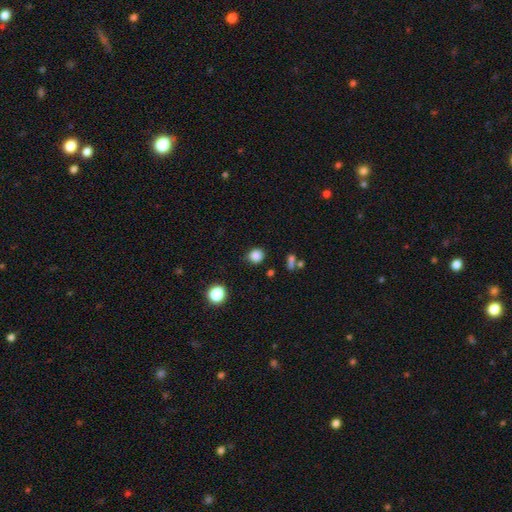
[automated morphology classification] A smooth galaxy with no disk features (84%) that is round (84%).

Vote fractions:
- Smooth or featured? smooth: 84% / star or artifact: 12% / featured or disk: 4%
- How rounded? round: 84% / in between: 15% / cigar-shaped: 1%
- Merging? none: 84% / minor disturbance: 11% / major disturbance: 3% / merger: 3%